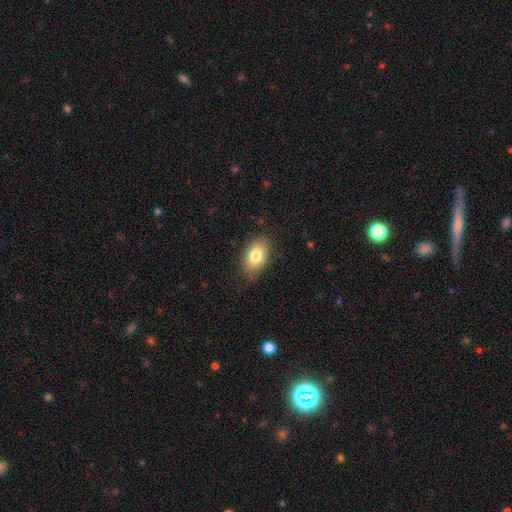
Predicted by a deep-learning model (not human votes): The model was most divided on "merging": none: 83%, minor disturbance: 13%, major disturbance: 3%, merger: 1%. More confident: how rounded — in between (91%); smooth or featured — smooth (82%).